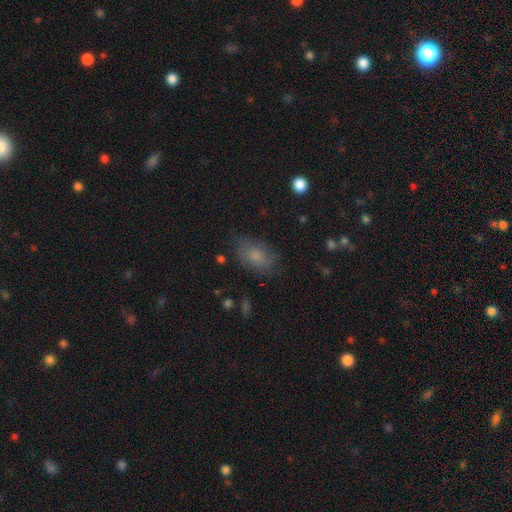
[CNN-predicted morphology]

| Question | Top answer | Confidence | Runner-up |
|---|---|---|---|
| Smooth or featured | smooth | 74% | featured or disk (16%) |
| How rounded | in between | 87% | round (11%) |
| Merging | none | 72% | minor disturbance (20%) |